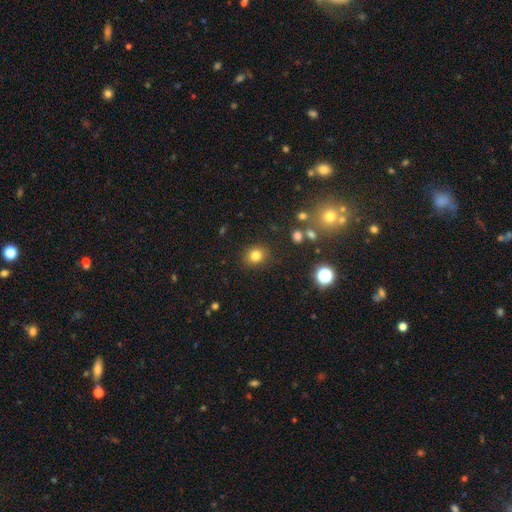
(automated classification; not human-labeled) This is likely a smooth galaxy (80%). How rounded: likely round (75%). Merging: clearly none (86%).